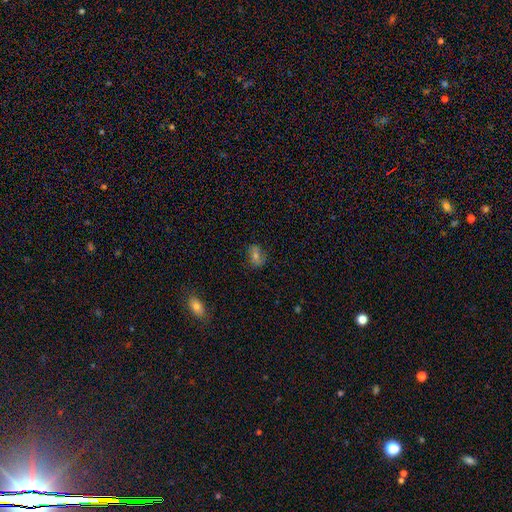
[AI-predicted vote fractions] Smooth or featured? Predicted: featured or disk (p=0.42). Merging? Predicted: none (p=0.73).